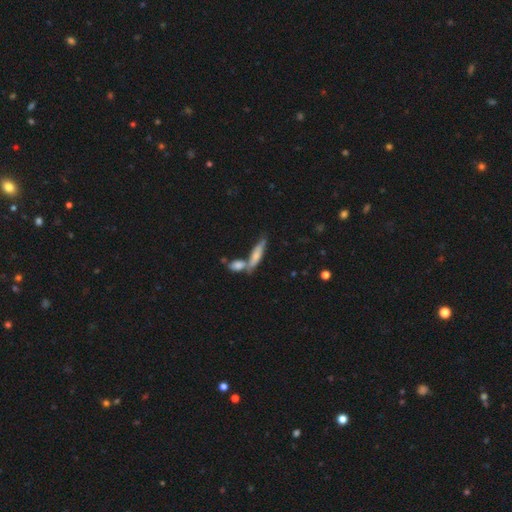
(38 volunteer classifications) featured or disk 55%, smooth 42%, star or artifact 3%. Down the decision tree: edge-on disk — yes (95%); edge-on bulge — rounded (45%); merging — none (38%, tied with merger).